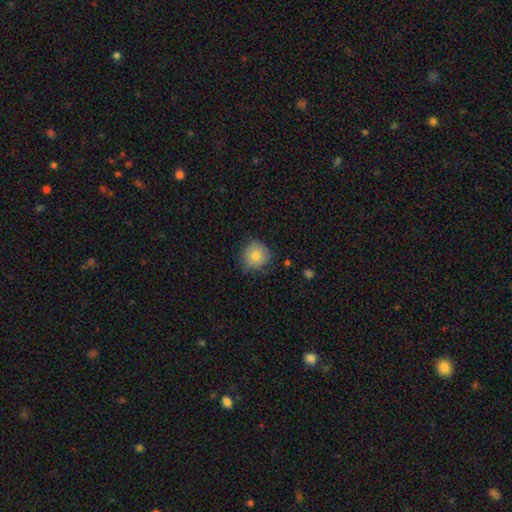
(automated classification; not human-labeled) smooth 78%, featured or disk 13%, star or artifact 9%. Down the decision tree: how rounded — round (86%); merging — none (73%).